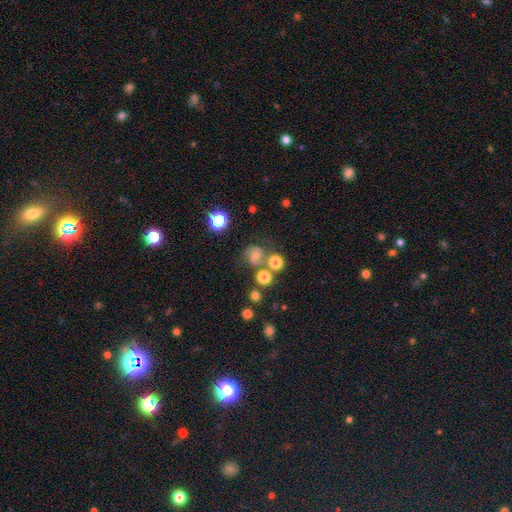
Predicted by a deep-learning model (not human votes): Smooth or featured: smooth — 42% (featured or disk — 39%)
Merging: none — 61% (minor disturbance — 17%)